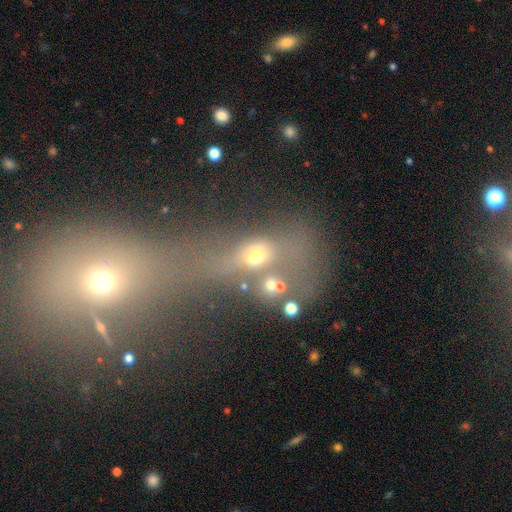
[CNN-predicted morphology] star or artifact 45%, smooth 34%, featured or disk 21%.